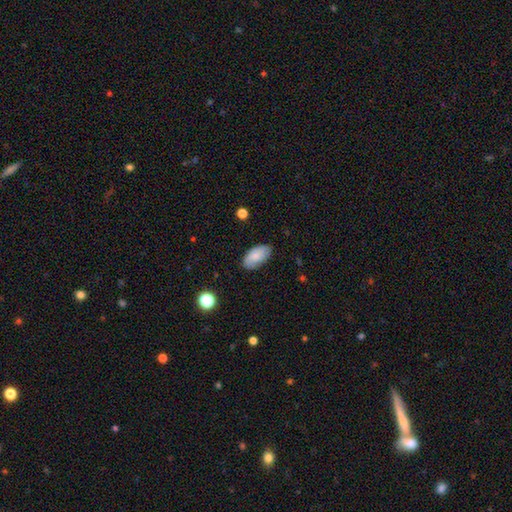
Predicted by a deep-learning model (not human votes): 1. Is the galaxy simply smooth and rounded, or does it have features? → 80% smooth, 13% featured or disk, 7% star or artifact.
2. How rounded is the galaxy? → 95% in between, 3% round, 2% cigar-shaped.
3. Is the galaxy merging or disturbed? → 81% none, 15% minor disturbance, 3% major disturbance, 1% merger.